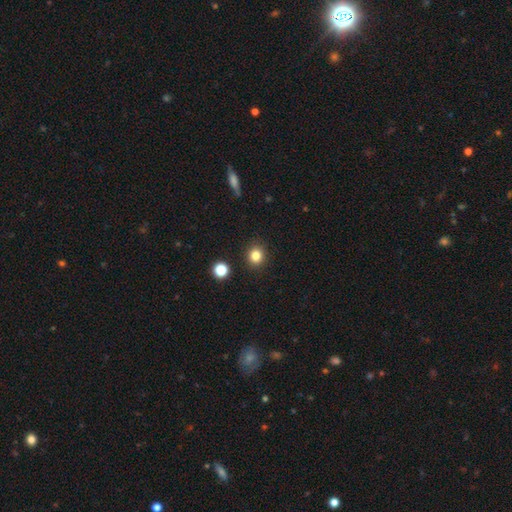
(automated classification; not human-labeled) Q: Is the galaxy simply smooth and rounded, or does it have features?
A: smooth — 82%.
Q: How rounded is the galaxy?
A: round — 84%.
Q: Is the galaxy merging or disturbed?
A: none — 90%.